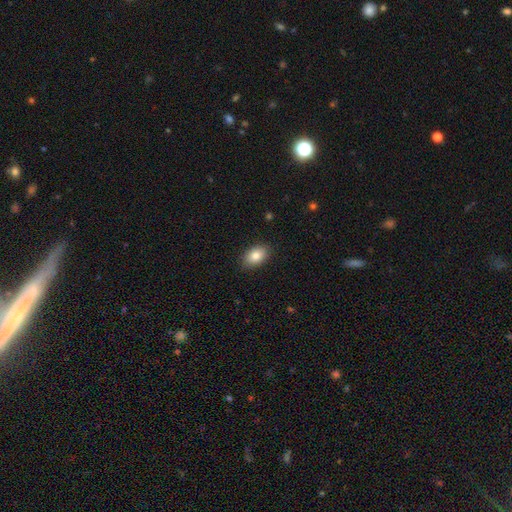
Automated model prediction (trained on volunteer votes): The model was most divided on "smooth or featured": smooth: 83%, featured or disk: 9%, star or artifact: 8%. More confident: merging — none (89%); how rounded — in between (88%).